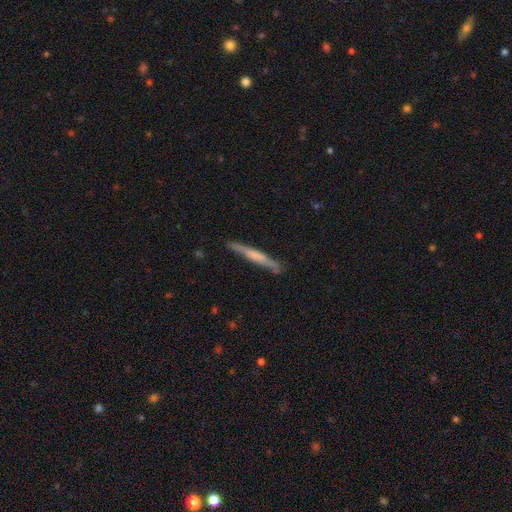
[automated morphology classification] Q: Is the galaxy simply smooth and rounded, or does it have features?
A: featured or disk — 49%.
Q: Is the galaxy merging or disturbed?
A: none — 84%.